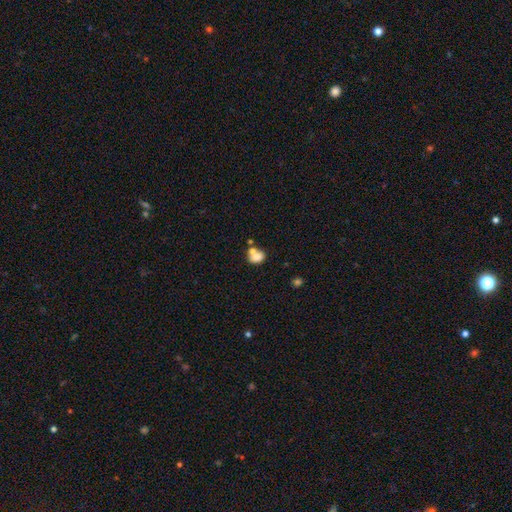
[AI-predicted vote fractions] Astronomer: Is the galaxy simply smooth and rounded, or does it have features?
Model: smooth — 76%.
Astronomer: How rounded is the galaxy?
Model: in between — 60% (runner-up: round, 39%).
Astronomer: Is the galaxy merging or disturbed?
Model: merger — 44% (runner-up: none, 37%).